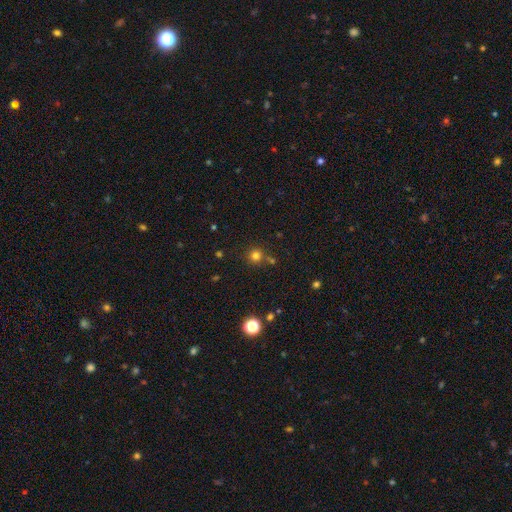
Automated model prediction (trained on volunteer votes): A smooth galaxy with no disk features (76%) that is round (93%). Merging: none (75%).